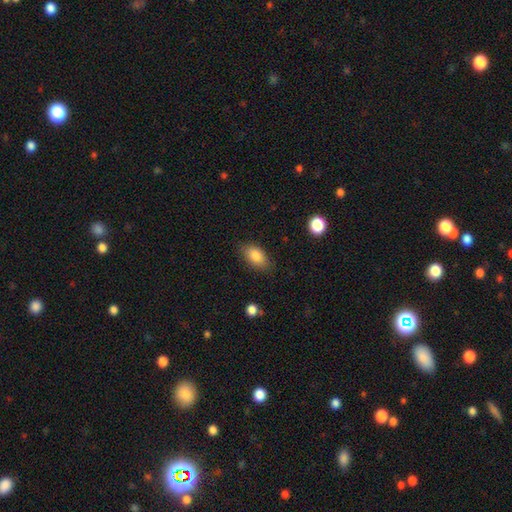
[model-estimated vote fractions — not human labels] Overall: smooth (85%). How rounded: in between (91%). Merging: none (81%).